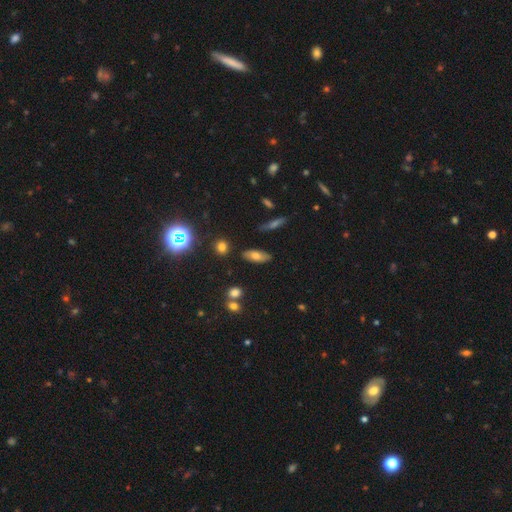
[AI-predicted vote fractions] Overall: smooth (67%). How rounded: in between (76%). Merging: none (81%).